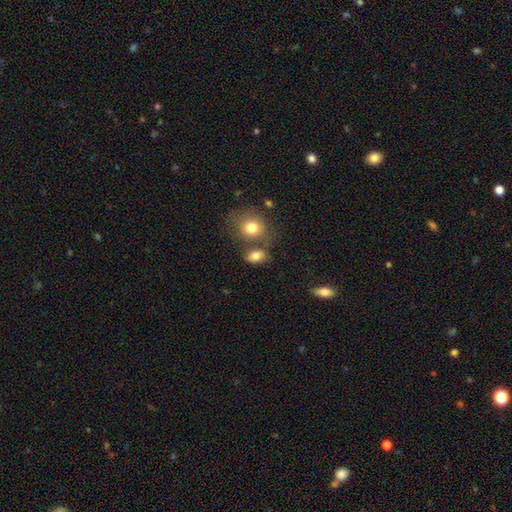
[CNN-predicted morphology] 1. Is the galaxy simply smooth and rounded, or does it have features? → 80% smooth, 10% star or artifact, 9% featured or disk.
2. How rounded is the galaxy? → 76% in between, 22% round, 2% cigar-shaped.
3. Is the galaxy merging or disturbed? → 59% none, 21% merger, 14% minor disturbance, 5% major disturbance.